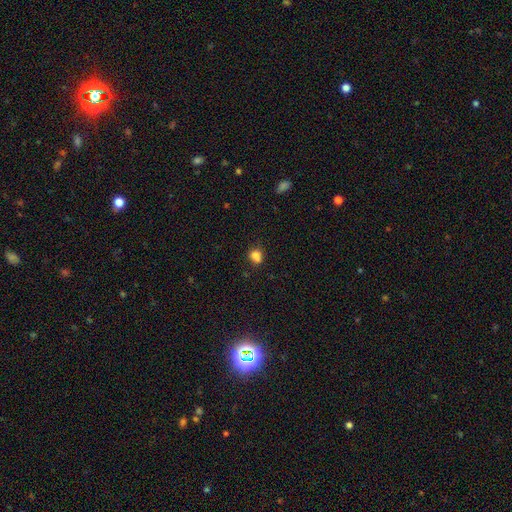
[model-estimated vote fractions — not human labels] Smooth or featured? Predicted: smooth (p=0.79). How rounded? Predicted: round (p=0.62). Merging? Predicted: none (p=0.52).